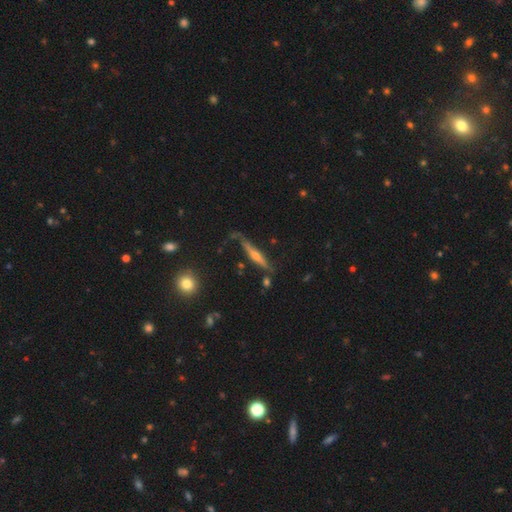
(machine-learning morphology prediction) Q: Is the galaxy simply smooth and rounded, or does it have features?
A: featured or disk — 68%.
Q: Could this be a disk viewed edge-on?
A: yes — 95%.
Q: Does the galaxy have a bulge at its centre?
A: rounded — 78%.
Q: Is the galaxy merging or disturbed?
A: none — 68%.